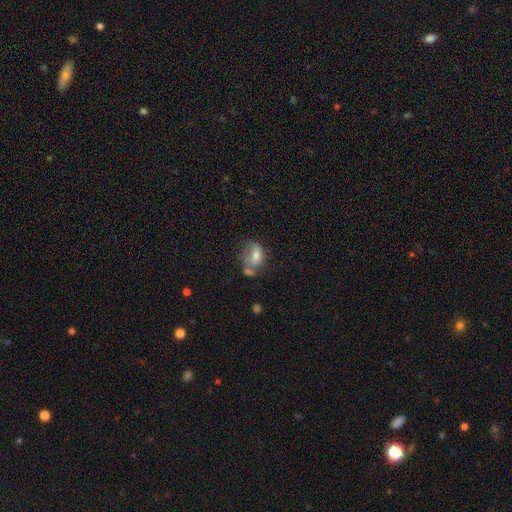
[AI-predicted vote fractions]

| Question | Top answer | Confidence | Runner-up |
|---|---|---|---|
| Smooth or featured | smooth | 63% | featured or disk (27%) |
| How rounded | in between | 72% | round (26%) |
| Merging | merger | 32% | none (29%) |